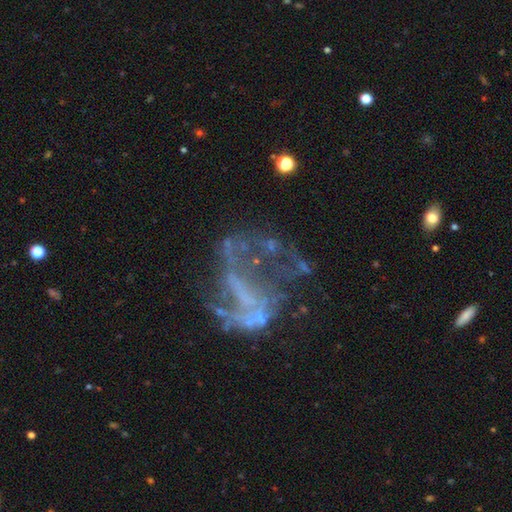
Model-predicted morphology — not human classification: A featured or disk galaxy (71%) with no bar (60%), no spiral arms (54%) and no central bulge (76%). Merging: major disturbance (39%).